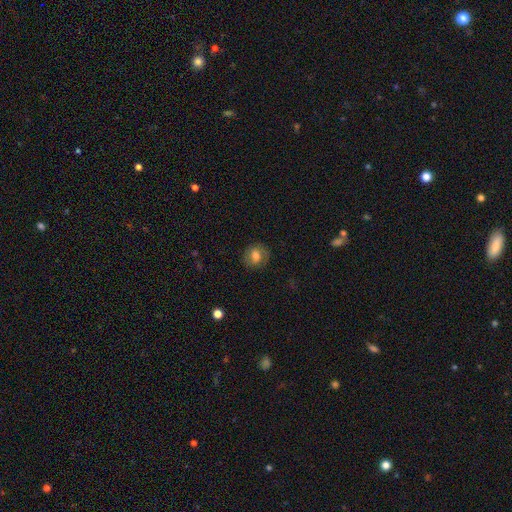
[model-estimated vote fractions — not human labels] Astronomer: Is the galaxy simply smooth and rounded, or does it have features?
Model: smooth — 68%.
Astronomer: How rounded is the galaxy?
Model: round — 66%.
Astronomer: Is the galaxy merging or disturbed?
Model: none — 81%.